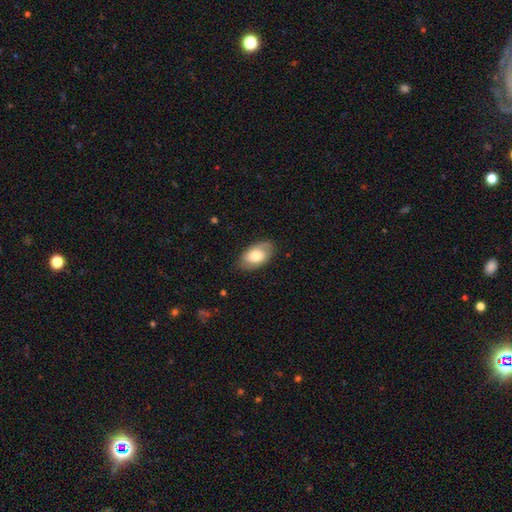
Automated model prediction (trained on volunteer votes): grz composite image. It shows a smooth galaxy with no disk features (67%) that is in between round and cigar-shaped (93%). Merging: none (78%).